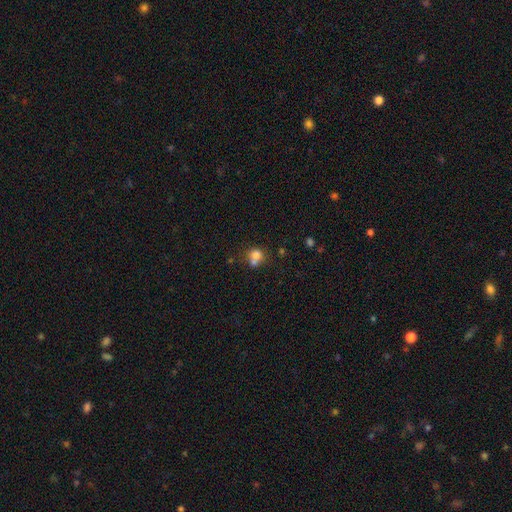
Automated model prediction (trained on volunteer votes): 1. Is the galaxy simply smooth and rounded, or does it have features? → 75% smooth, 13% featured or disk, 12% star or artifact.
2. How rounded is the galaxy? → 75% round, 25% in between, 1% cigar-shaped.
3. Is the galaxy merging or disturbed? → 48% merger, 37% none, 10% minor disturbance, 5% major disturbance.